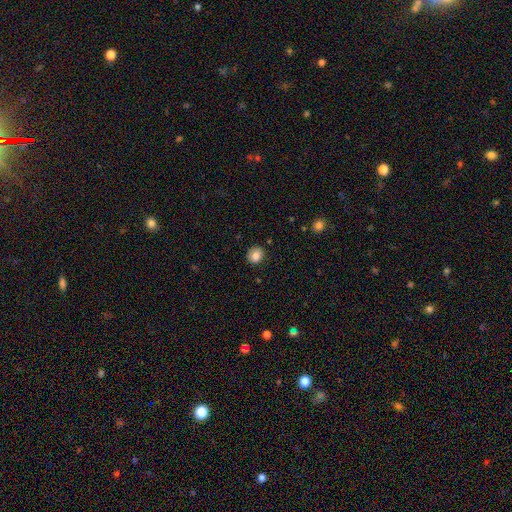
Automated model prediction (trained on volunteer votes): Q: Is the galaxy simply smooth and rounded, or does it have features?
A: smooth — 82%.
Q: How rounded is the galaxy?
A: round — 75%.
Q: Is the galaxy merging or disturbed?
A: none — 84%.